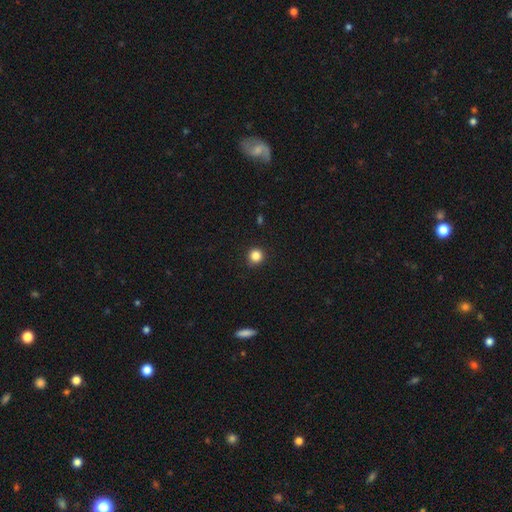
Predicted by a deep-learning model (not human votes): smooth 85%, star or artifact 11%, featured or disk 4%. Down the decision tree: how rounded — round (94%); merging — none (91%).